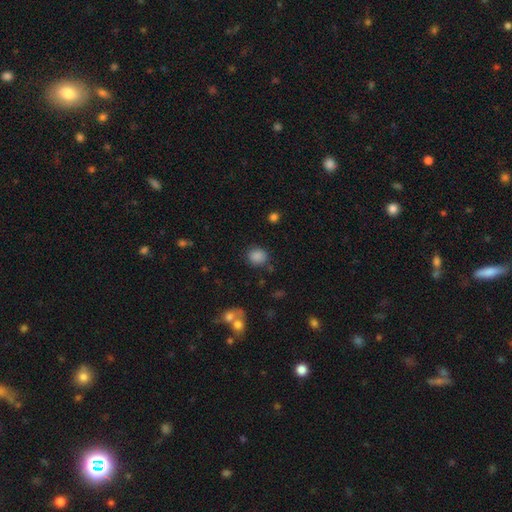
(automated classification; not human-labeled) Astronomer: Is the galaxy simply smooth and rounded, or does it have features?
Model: smooth — 85%.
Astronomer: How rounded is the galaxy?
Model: round — 78%.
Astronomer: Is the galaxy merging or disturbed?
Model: none — 79%.